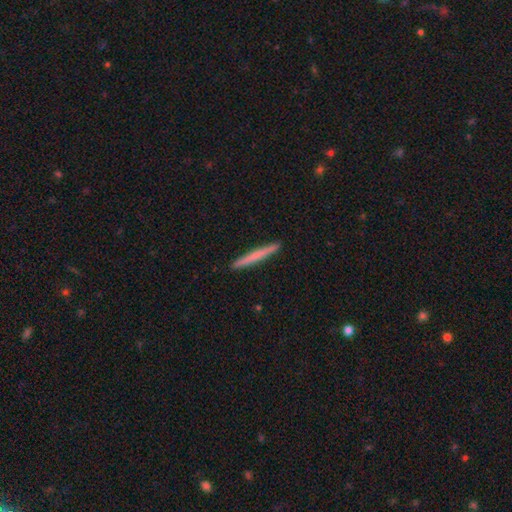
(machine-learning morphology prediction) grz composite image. It shows a smooth galaxy with no disk features (64%) that is cigar-shaped (97%). Merging: none (93%).